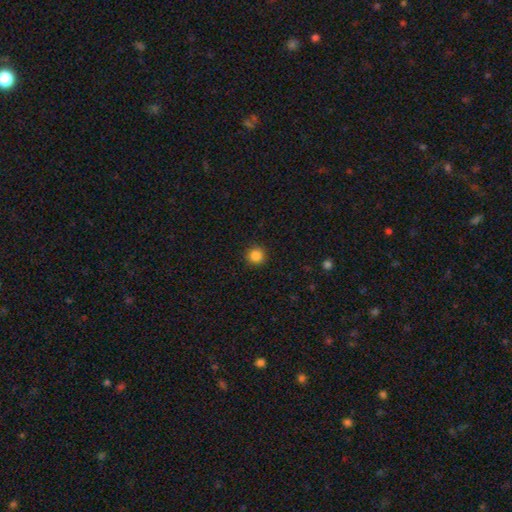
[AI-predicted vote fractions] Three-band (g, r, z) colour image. It shows a smooth galaxy with no disk features (86%) that is round (94%). Merging: none (92%).